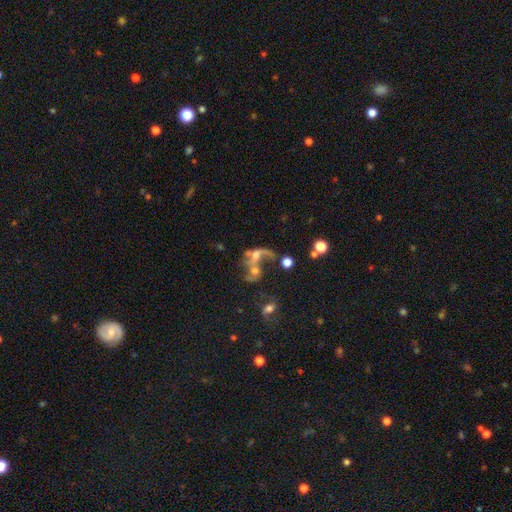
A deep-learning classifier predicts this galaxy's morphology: Q: Smooth or featured?
A: featured or disk (52%); runner-up: smooth (32%)
Q: Edge-on disk?
A: no (95%); runner-up: yes (5%)
Q: Merging?
A: merger (55%); runner-up: major disturbance (24%)